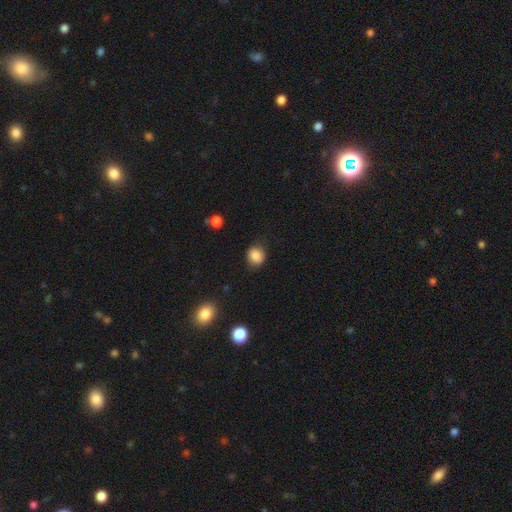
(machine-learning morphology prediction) The model was most divided on "how rounded": round: 71%, in between: 28%, cigar-shaped: 1%. More confident: smooth or featured — smooth (85%); merging — none (78%).